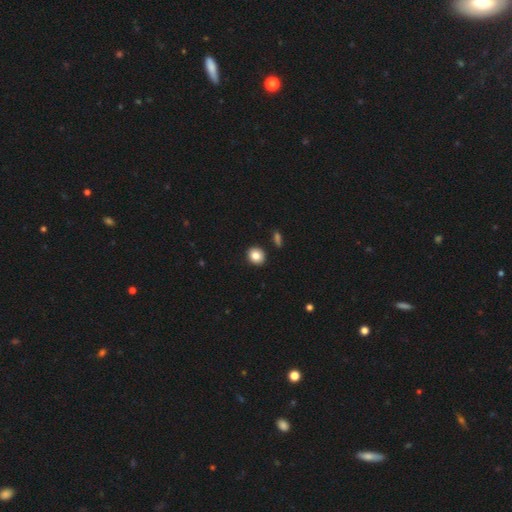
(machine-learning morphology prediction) A smooth galaxy with no disk features (84%) that is round (74%).

Vote fractions:
- Smooth or featured? smooth: 84% / star or artifact: 9% / featured or disk: 7%
- How rounded? round: 74% / in between: 25% / cigar-shaped: 1%
- Merging? none: 89% / minor disturbance: 7% / merger: 2% / major disturbance: 2%